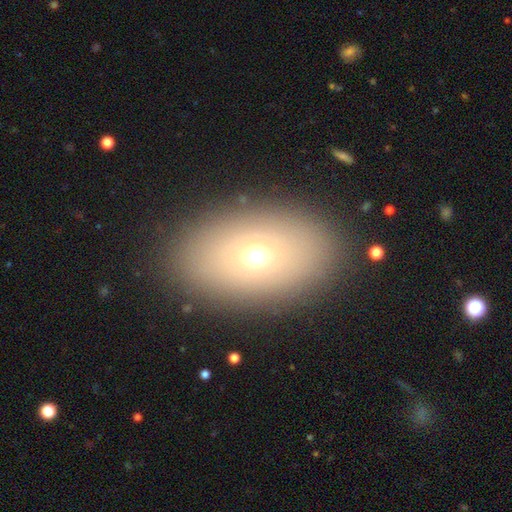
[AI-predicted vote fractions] Morphology: type=smooth (64%); roundness=in between (83%); merging=none (86%).